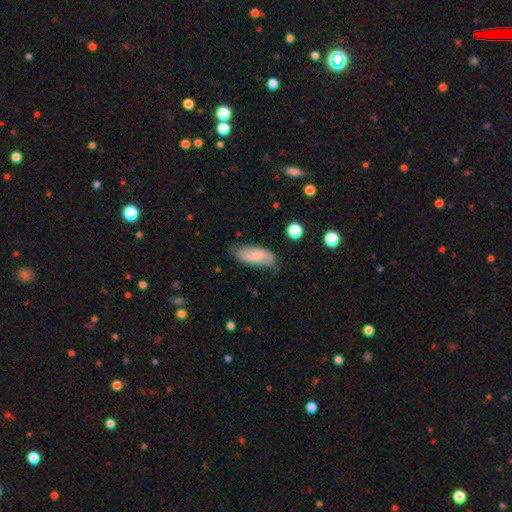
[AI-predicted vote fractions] A smooth galaxy with no disk features (67%) that is in between round and cigar-shaped (81%). Merging: none (71%).